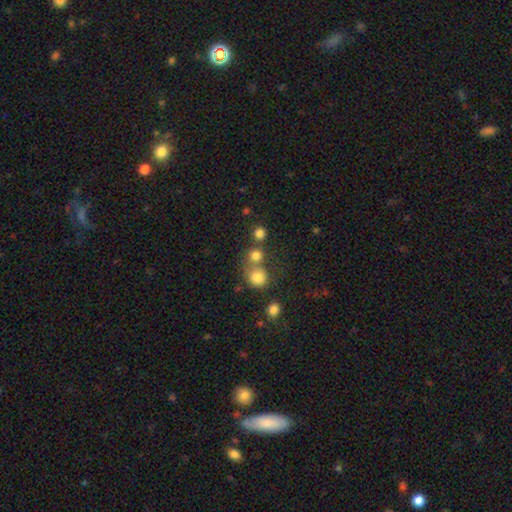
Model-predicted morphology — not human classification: The model was most divided on "merging": none: 56%, merger: 33%, minor disturbance: 7%, major disturbance: 4%. More confident: how rounded — round (88%); smooth or featured — smooth (78%).